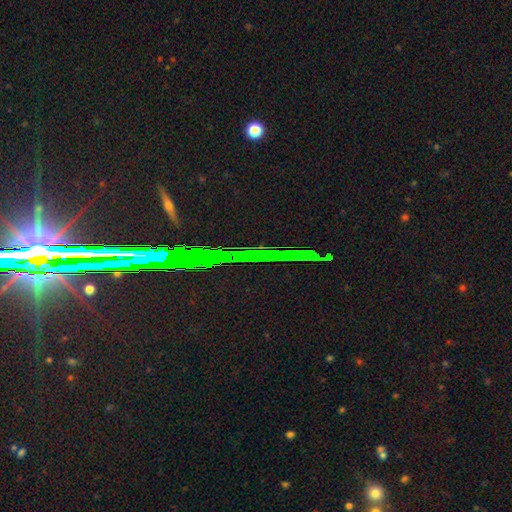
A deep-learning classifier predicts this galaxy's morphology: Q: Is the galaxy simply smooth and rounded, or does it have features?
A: star or artifact — 79%.